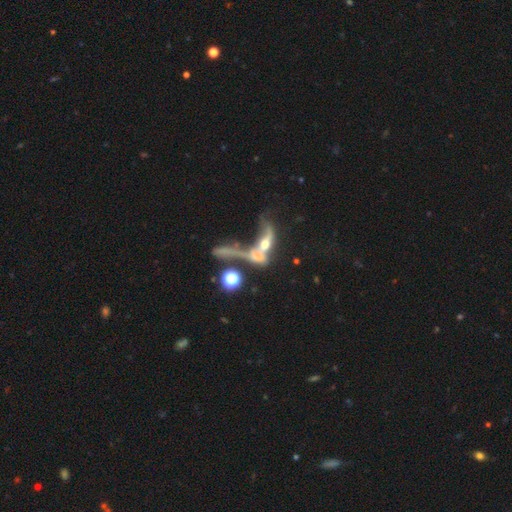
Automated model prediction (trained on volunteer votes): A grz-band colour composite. It shows a featured or disk galaxy (50%). Merging: merger (58%).